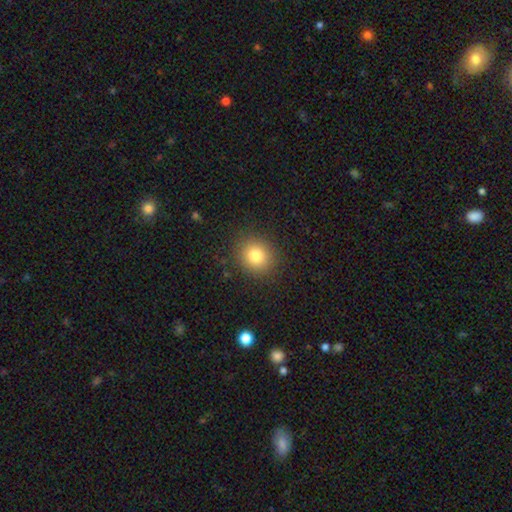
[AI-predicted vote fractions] Smooth or featured? Predicted: smooth (p=0.80). How rounded? Predicted: round (p=0.85). Merging? Predicted: none (p=0.89).